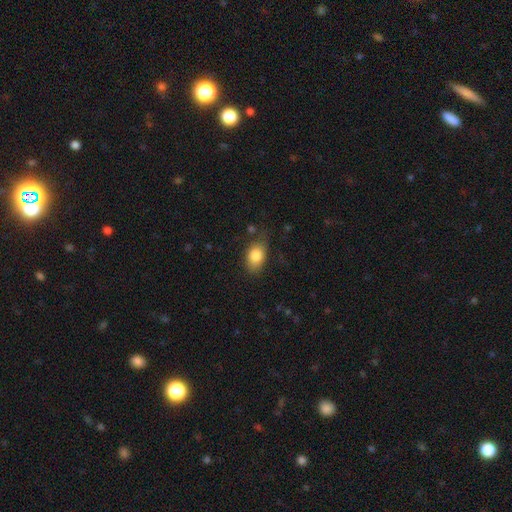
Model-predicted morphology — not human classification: Q: Smooth or featured?
A: smooth (84%); runner-up: featured or disk (8%)
Q: How rounded?
A: in between (82%); runner-up: round (16%)
Q: Merging?
A: none (69%); runner-up: minor disturbance (22%)